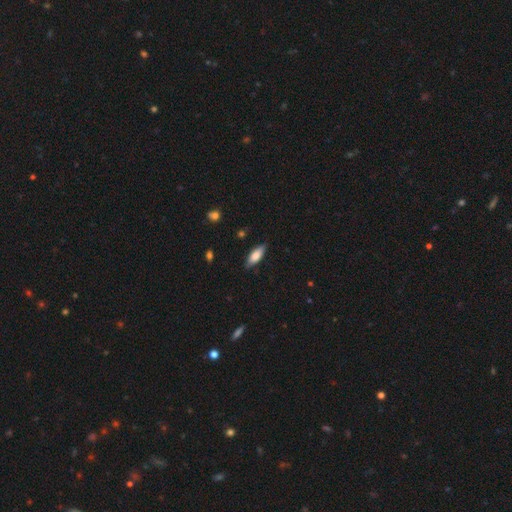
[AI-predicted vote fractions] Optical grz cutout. It shows a smooth galaxy with no disk features (76%) that is in between round and cigar-shaped (74%). Merging: none (81%).